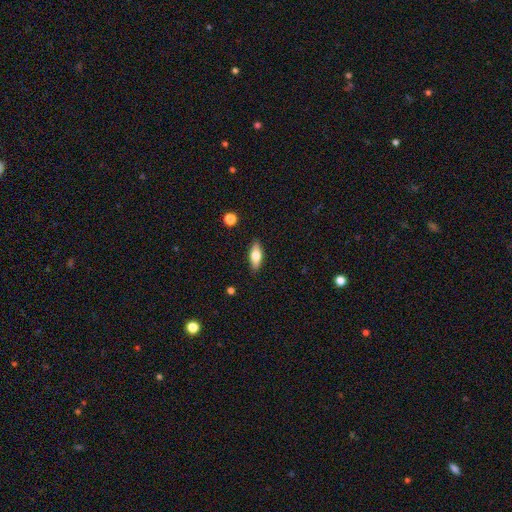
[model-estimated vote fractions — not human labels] This is likely a smooth galaxy (67%). How rounded: likely in between (74%). Merging: clearly none (87%).